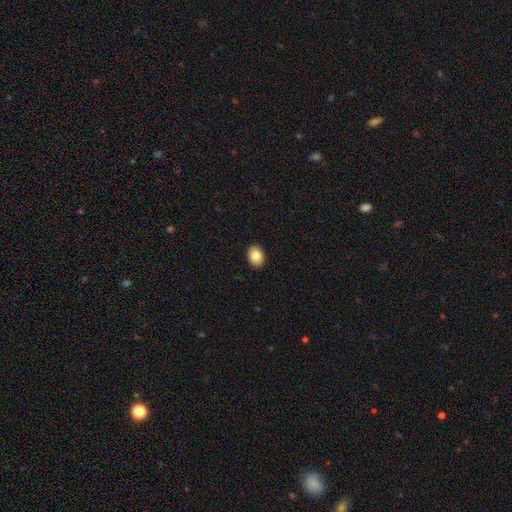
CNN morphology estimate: A smooth galaxy with no disk features (85%) that is in between round and cigar-shaped (71%). Merging: none (91%).